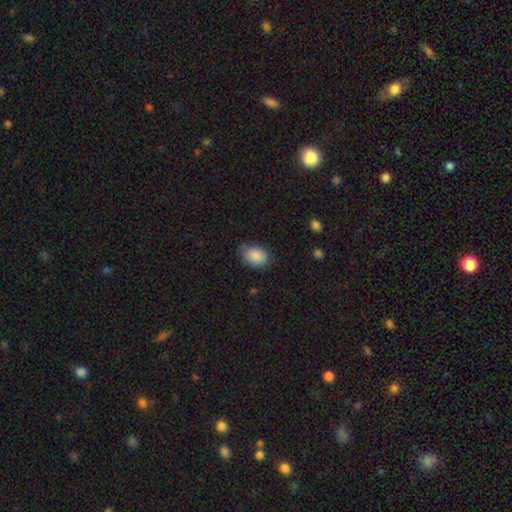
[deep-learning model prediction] smooth 89%, star or artifact 7%, featured or disk 4%. Down the decision tree: how rounded — in between (66%); merging — none (74%).